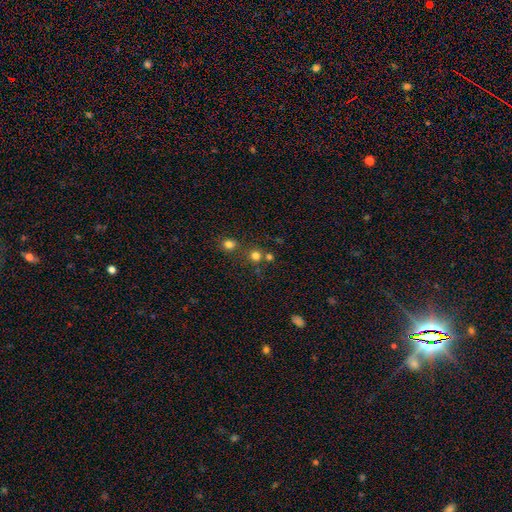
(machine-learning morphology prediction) smooth 73%, star or artifact 19%, featured or disk 7%. Down the decision tree: how rounded — round (89%); merging — none (63%).